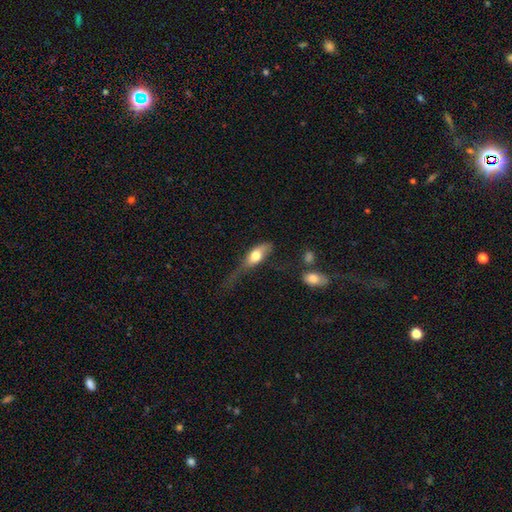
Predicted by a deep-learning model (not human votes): smooth_or_featured: smooth (p=0.67) [alt: featured or disk p=0.27]
how_rounded: in between (p=0.75) [alt: cigar-shaped p=0.19]
merging: major disturbance (p=0.39) [alt: minor disturbance p=0.28]